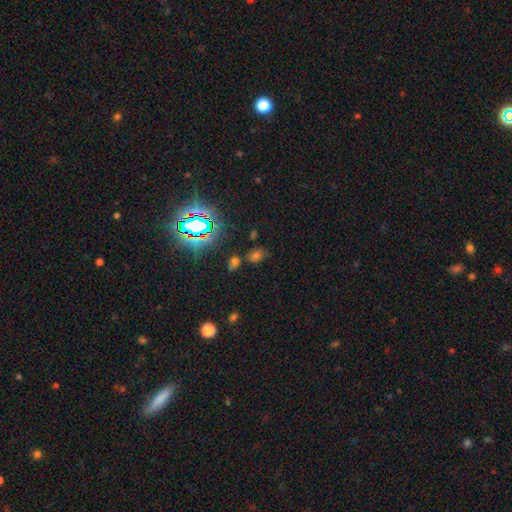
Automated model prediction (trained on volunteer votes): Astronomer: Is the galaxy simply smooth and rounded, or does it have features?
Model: star or artifact — 49% (runner-up: smooth, 42%).